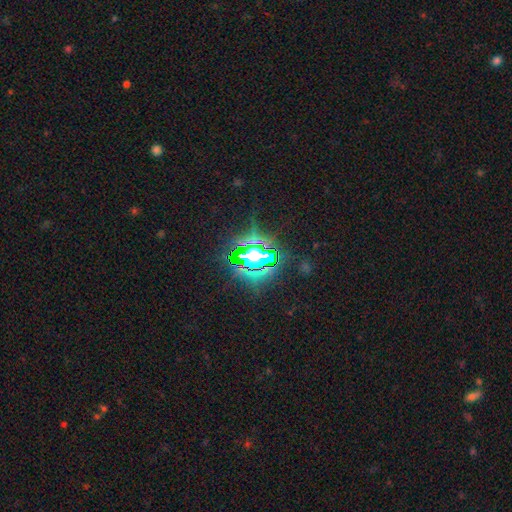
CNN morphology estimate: This appears to be a star or artifact, not a galaxy (77%).